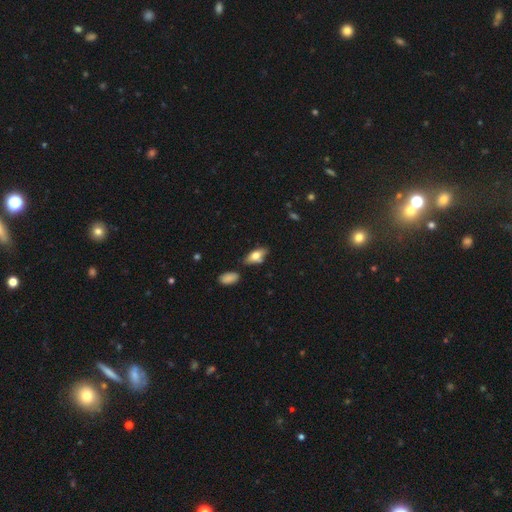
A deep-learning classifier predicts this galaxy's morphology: A smooth galaxy with no disk features (67%) that is in between round and cigar-shaped (82%). Merging: none (67%).